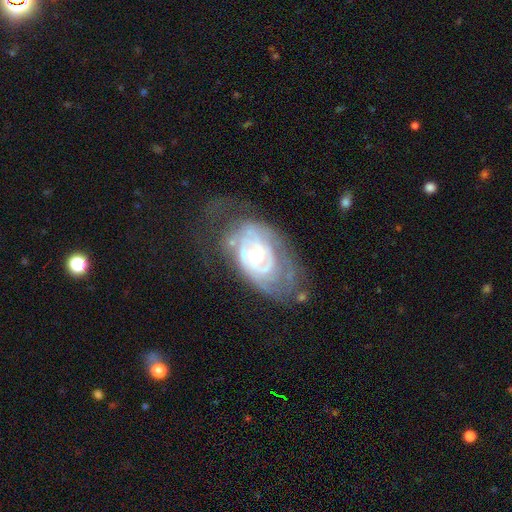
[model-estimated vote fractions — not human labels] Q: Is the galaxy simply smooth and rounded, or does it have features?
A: featured or disk — 85%.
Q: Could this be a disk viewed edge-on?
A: no — 96%.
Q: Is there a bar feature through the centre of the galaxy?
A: no — 65%.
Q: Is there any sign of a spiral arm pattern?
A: yes — 91%.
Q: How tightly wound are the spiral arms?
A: tight — 68%.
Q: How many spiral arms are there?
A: can't tell — 37%.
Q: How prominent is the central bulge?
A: moderate — 48%.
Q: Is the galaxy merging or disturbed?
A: none — 47%.